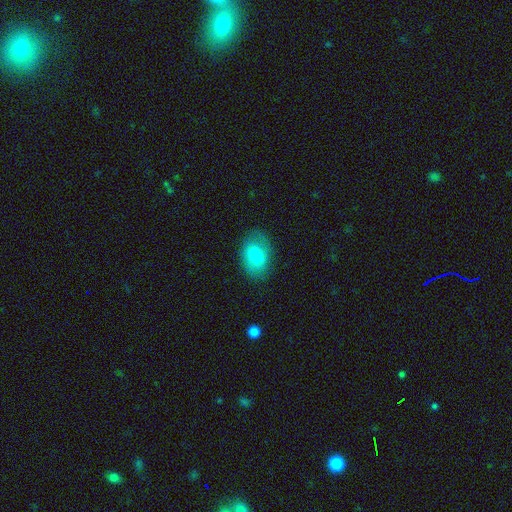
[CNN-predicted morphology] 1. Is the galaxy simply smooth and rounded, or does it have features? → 74% smooth, 18% featured or disk, 7% star or artifact.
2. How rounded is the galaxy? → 85% in between, 13% round, 1% cigar-shaped.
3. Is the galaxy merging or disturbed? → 79% none, 15% minor disturbance, 5% major disturbance, 1% merger.